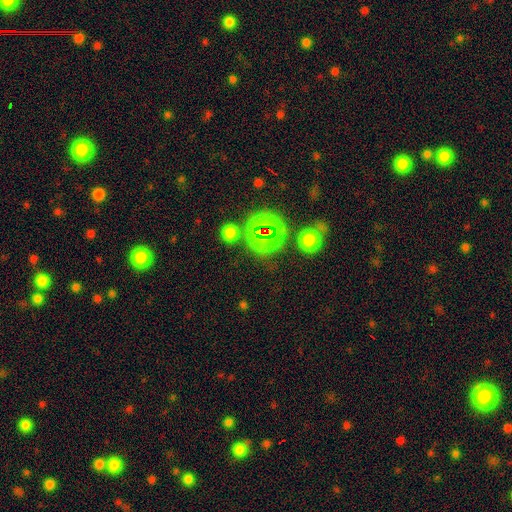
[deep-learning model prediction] A star or artifact, not a galaxy (65%).

Vote fractions:
- Smooth or featured? star or artifact: 65% / smooth: 21% / featured or disk: 14%